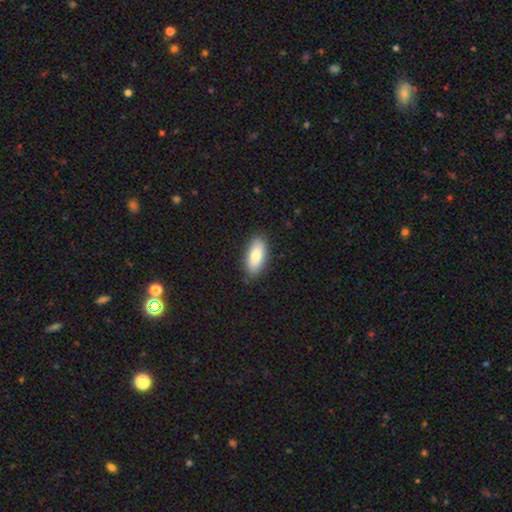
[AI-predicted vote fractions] Morphology: type=smooth (81%); roundness=in between (86%); merging=none (85%).